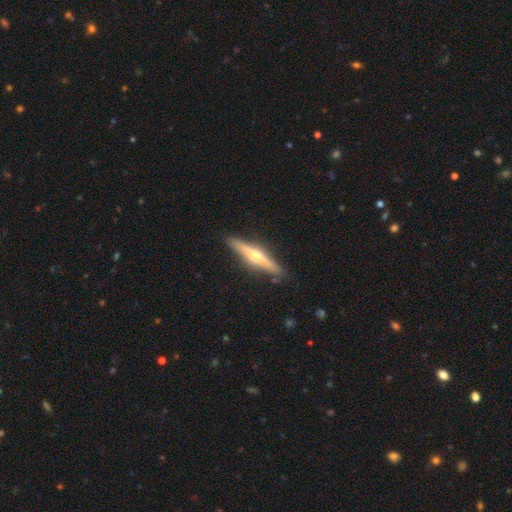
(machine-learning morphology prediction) Smooth or featured: featured or disk — 69% (smooth — 25%)
Edge-on disk: yes — 97% (no — 3%)
Edge-on bulge: rounded — 88% (none — 7%)
Merging: none — 89% (minor disturbance — 8%)